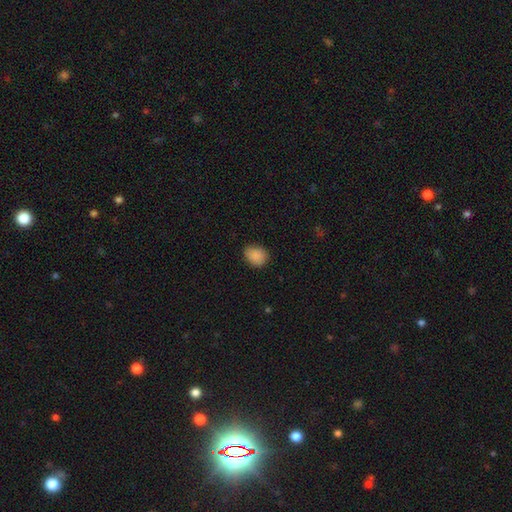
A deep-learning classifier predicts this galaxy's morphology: The model was most divided on "how rounded": in between: 50%, round: 49%, cigar-shaped: 1%. More confident: smooth or featured — smooth (88%); merging — none (79%).